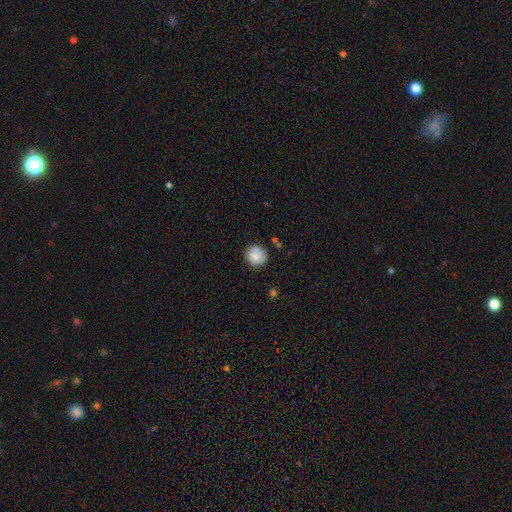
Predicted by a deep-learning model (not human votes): This appears to be a smooth galaxy with no disk features (87%) that is round (91%). Merging: none (85%).